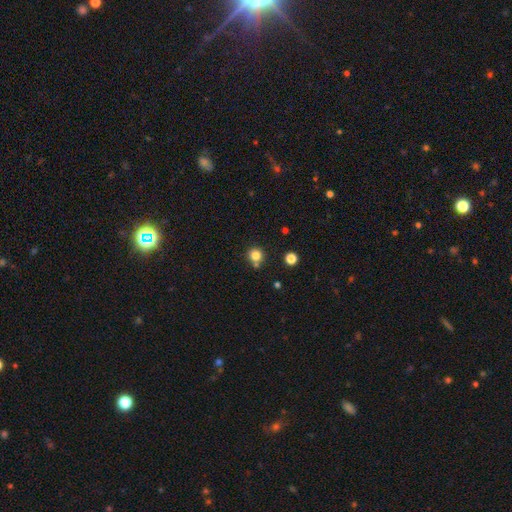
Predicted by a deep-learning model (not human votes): smooth_or_featured: smooth (p=0.81) [alt: star or artifact p=0.13]
how_rounded: round (p=0.92) [alt: in between p=0.07]
merging: none (p=0.74) [alt: merger p=0.13]